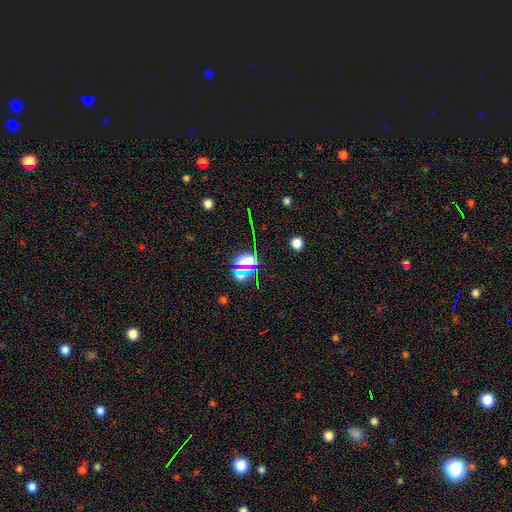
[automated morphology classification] Overall: star or artifact (66%).